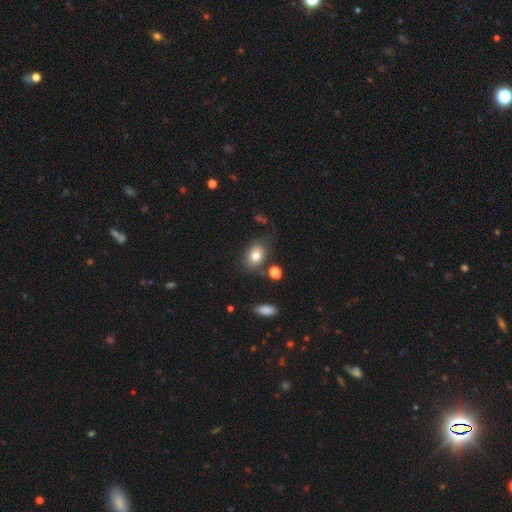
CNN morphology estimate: smooth 79%, featured or disk 12%, star or artifact 10%. Down the decision tree: how rounded — in between (75%); merging — none (69%).